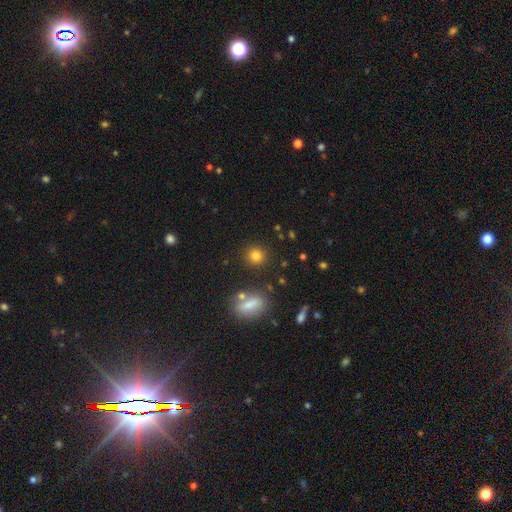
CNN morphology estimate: smooth 81%, star or artifact 13%, featured or disk 7%. Down the decision tree: how rounded — round (88%); merging — none (86%).